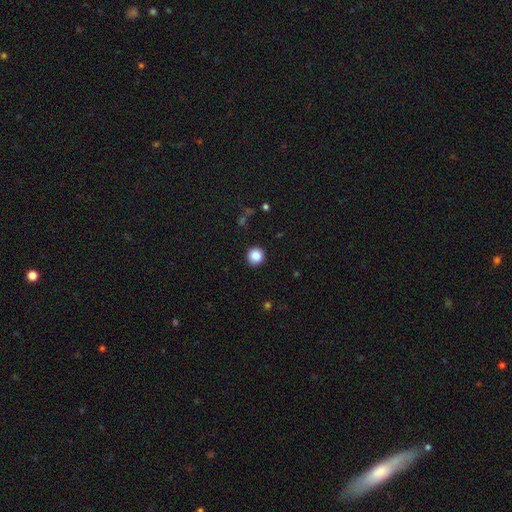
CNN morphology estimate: smooth 87%, star or artifact 10%, featured or disk 3%. Down the decision tree: how rounded — round (94%); merging — none (91%).